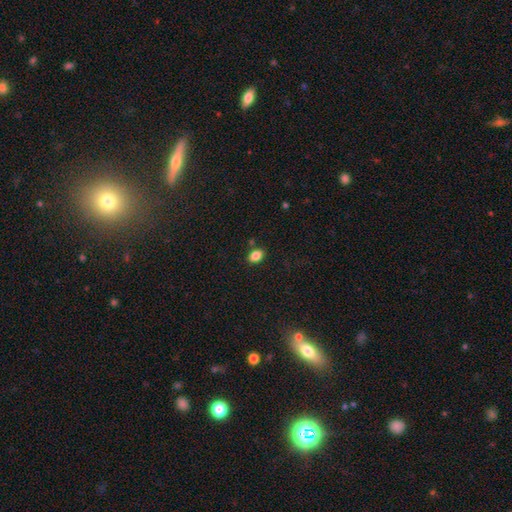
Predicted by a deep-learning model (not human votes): Smooth or featured? Predicted: smooth (p=0.85). How rounded? Predicted: in between (p=0.80). Merging? Predicted: none (p=0.83).